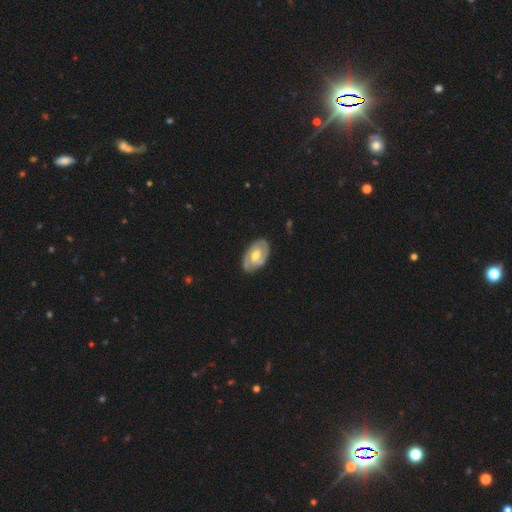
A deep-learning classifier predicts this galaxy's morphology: This is likely a featured or disk galaxy (75%). It is clearly not viewed edge-on (95%). Bar: marginally weak (45%). Spiral arm pattern: clearly yes (83%). Spiral arm count: likely 2 (77%). Spiral winding: possibly tight (54%). Central bulge: likely moderate (72%). Merging: likely none (80%).